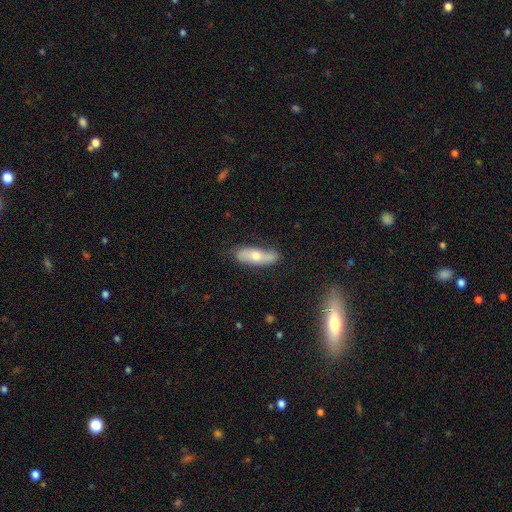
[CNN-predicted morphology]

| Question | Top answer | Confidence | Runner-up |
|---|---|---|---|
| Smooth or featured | smooth | 52% | featured or disk (41%) |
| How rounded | in between | 55% | cigar-shaped (42%) |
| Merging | none | 72% | minor disturbance (21%) |